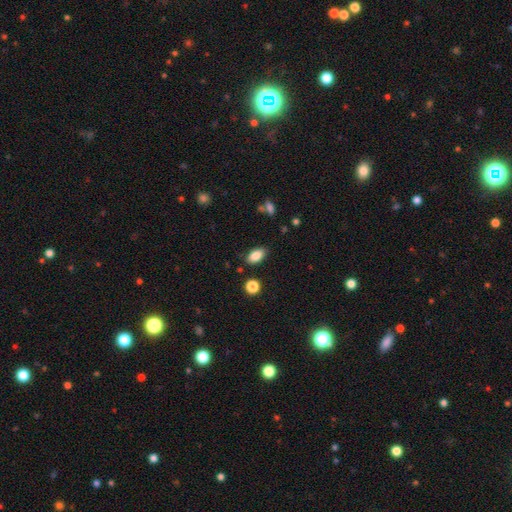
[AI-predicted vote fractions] The model was most divided on "merging": none: 83%, minor disturbance: 12%, major disturbance: 3%, merger: 3%. More confident: how rounded — in between (90%); smooth or featured — smooth (85%).